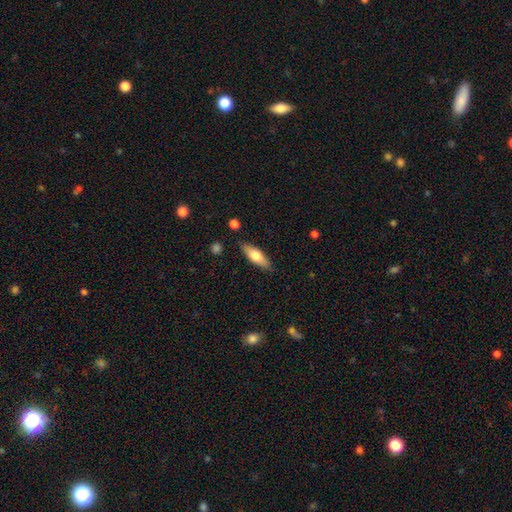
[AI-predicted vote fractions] smooth 65%, featured or disk 29%, star or artifact 6%. Down the decision tree: how rounded — in between (56%); merging — none (86%).